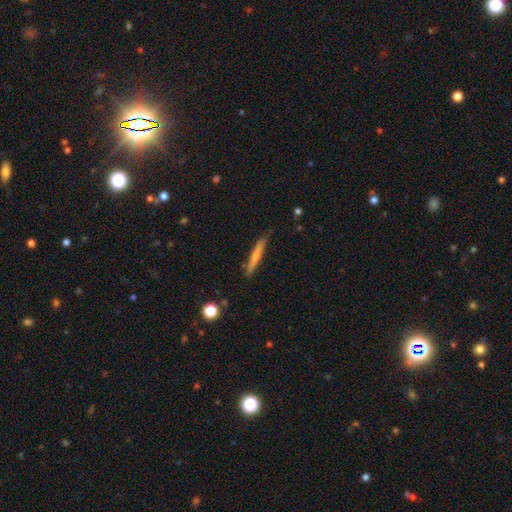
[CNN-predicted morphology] A smooth galaxy with no disk features (65%) that is cigar-shaped (95%).

Vote fractions:
- Smooth or featured? smooth: 65% / featured or disk: 30% / star or artifact: 6%
- How rounded? cigar-shaped: 95% / in between: 3% / round: 1%
- Merging? none: 86% / minor disturbance: 11% / major disturbance: 2% / merger: 2%